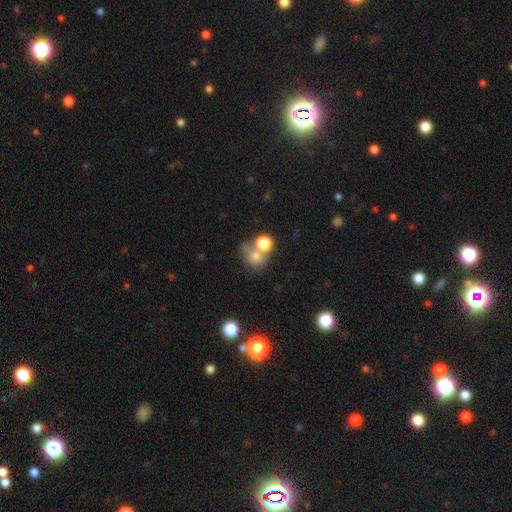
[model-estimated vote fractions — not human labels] smooth_or_featured: smooth (p=0.74) [alt: star or artifact p=0.13]
how_rounded: round (p=0.72) [alt: in between p=0.27]
merging: merger (p=0.46) [alt: none p=0.38]